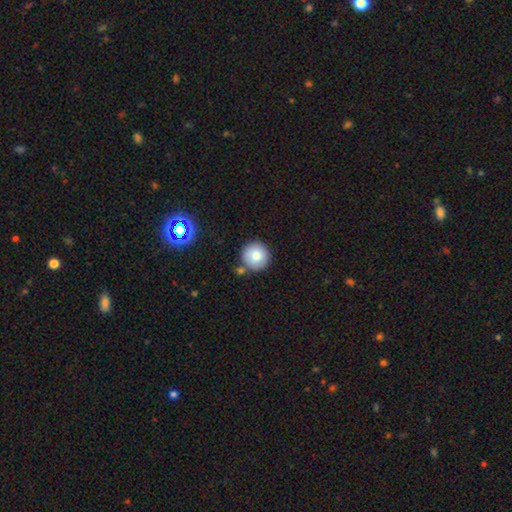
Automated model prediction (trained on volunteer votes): Overall: smooth (82%). How rounded: round (95%). Merging: none (80%).